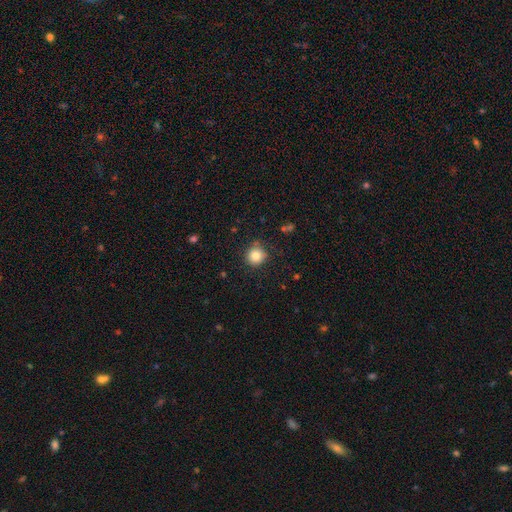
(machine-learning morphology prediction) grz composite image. It shows a smooth galaxy with no disk features (83%) that is round (92%). Merging: none (83%).